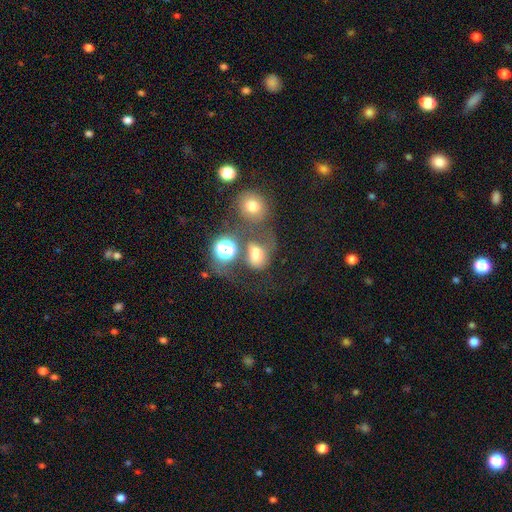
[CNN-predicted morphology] Overall: smooth (64%). How rounded: in between (52%; round 47%). Merging: merger (32%, tied with none).